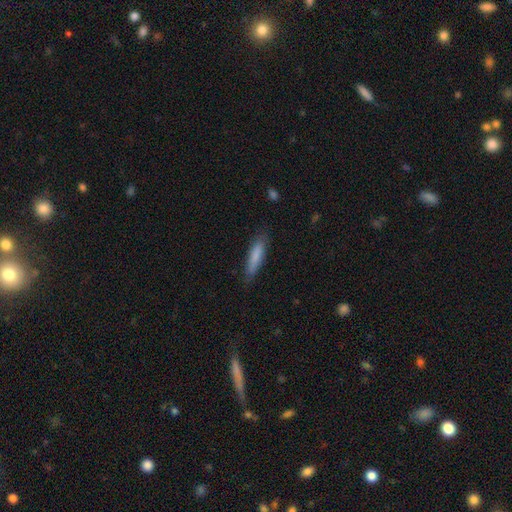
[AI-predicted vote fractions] Morphology: type=smooth (80%); roundness=cigar-shaped (81%); merging=none (80%).